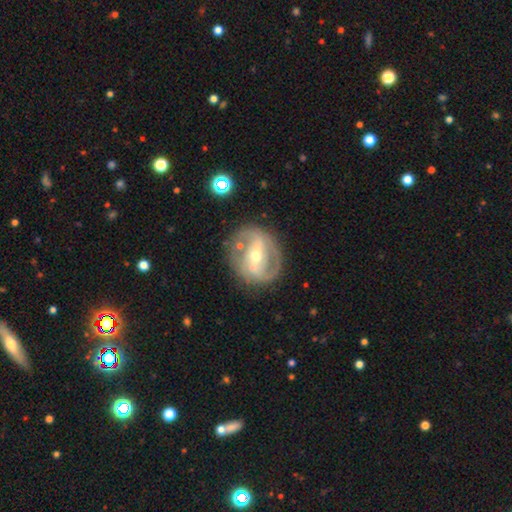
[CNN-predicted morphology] featured or disk 84%, smooth 11%, star or artifact 6%. Down the decision tree: edge-on disk — no (96%); bar — strong (52%); spiral arms — yes (85%); spiral arm count — 2 (81%); spiral winding — medium (46%); bulge size — moderate (52%); merging — none (77%).